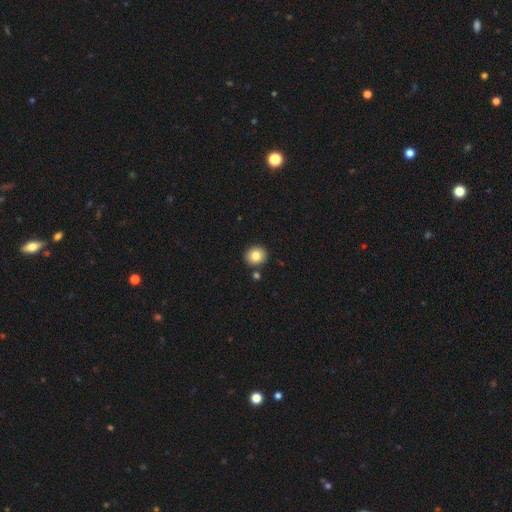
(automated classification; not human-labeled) Q: Smooth or featured?
A: smooth (83%); runner-up: star or artifact (9%)
Q: How rounded?
A: round (87%); runner-up: in between (12%)
Q: Merging?
A: none (87%); runner-up: minor disturbance (7%)